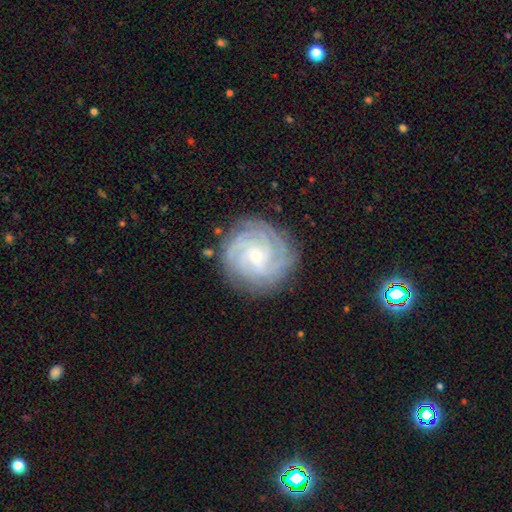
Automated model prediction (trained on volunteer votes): Q: Smooth or featured?
A: featured or disk (86%); runner-up: smooth (8%)
Q: Edge-on disk?
A: no (97%); runner-up: yes (3%)
Q: Bar?
A: no (65%); runner-up: weak (28%)
Q: Spiral arms?
A: yes (98%); runner-up: no (2%)
Q: Spiral winding?
A: tight (79%); runner-up: medium (18%)
Q: Spiral arm count?
A: 4 (31%); runner-up: can't tell (20%)
Q: Bulge size?
A: small (74%); runner-up: moderate (22%)
Q: Merging?
A: none (84%); runner-up: minor disturbance (11%)